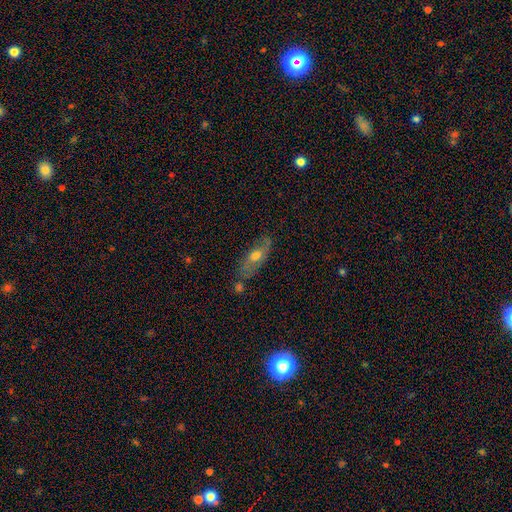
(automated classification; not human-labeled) A featured or disk galaxy (56%). Merging: none (69%).